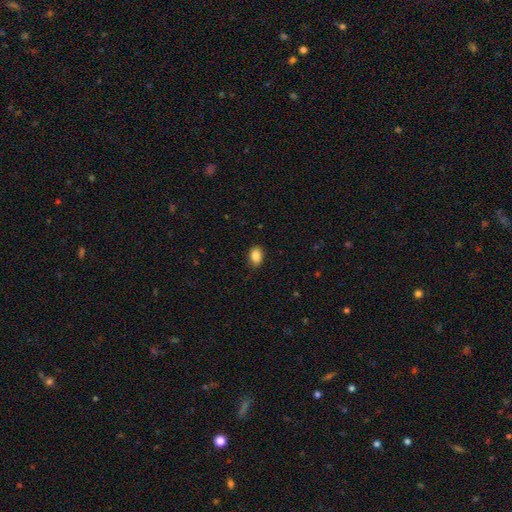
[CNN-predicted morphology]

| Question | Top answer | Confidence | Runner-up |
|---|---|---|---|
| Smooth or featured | smooth | 87% | star or artifact (8%) |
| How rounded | in between | 80% | round (18%) |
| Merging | none | 86% | minor disturbance (11%) |